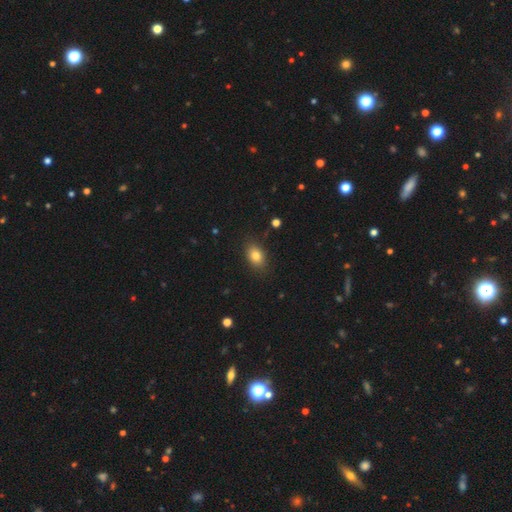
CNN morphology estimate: Smooth or featured? Predicted: smooth (p=0.81). How rounded? Predicted: in between (p=0.79). Merging? Predicted: none (p=0.85).